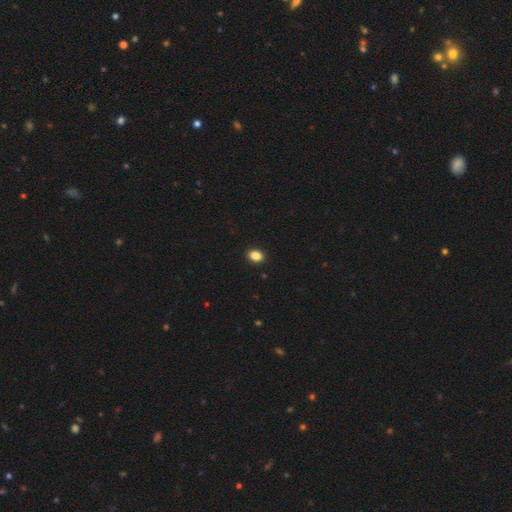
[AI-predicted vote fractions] smooth 87%, star or artifact 9%, featured or disk 4%. Down the decision tree: how rounded — in between (74%); merging — none (92%).